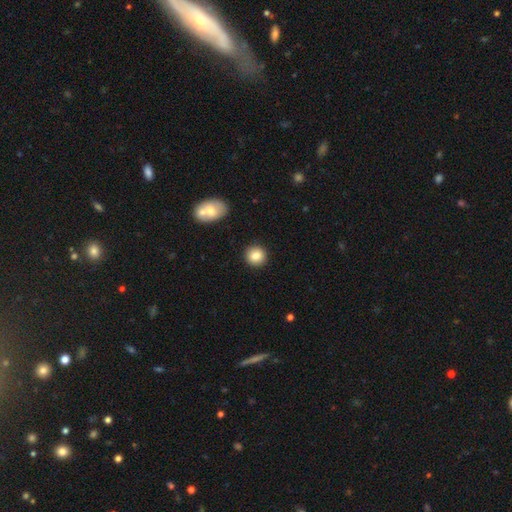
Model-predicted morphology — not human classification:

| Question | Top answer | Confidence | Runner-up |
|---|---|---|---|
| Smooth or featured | smooth | 84% | star or artifact (9%) |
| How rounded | round | 91% | in between (8%) |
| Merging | none | 90% | minor disturbance (5%) |